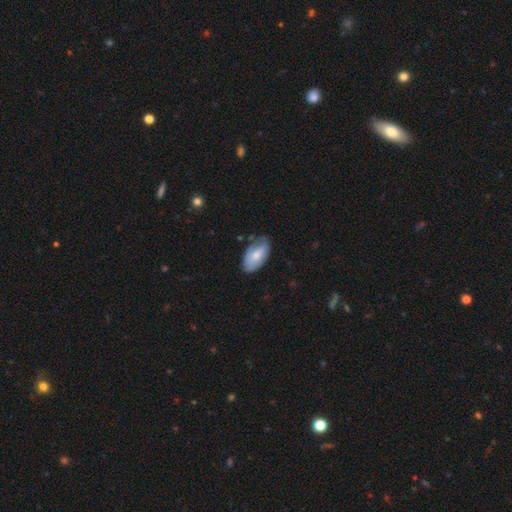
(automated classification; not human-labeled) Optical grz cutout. It shows a smooth galaxy with no disk features (71%) that is in between round and cigar-shaped (94%). Merging: none (63%).